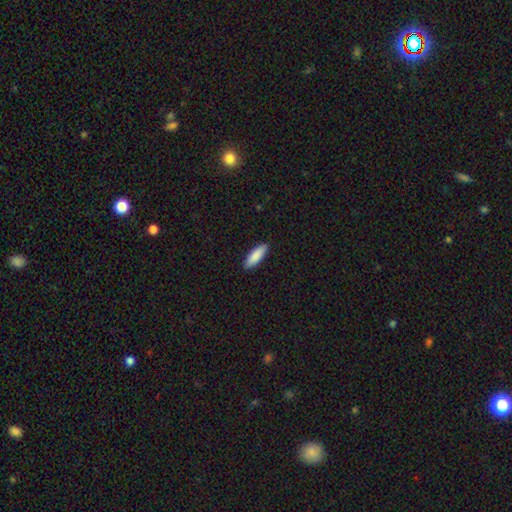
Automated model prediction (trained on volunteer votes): smooth 88%, featured or disk 6%, star or artifact 5%. Down the decision tree: how rounded — in between (53%); merging — none (90%).